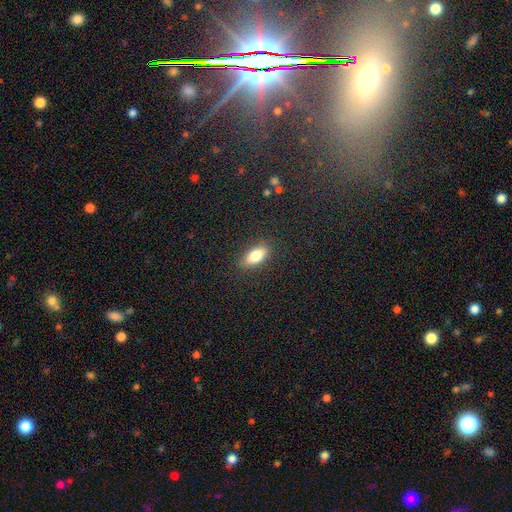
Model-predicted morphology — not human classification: smooth-or-featured: smooth: 81% | featured or disk: 12% | star or artifact: 8%
  how-rounded: in between: 82% | cigar-shaped: 15% | round: 3%
  merging: none: 86% | minor disturbance: 10% | major disturbance: 3% | merger: 1%